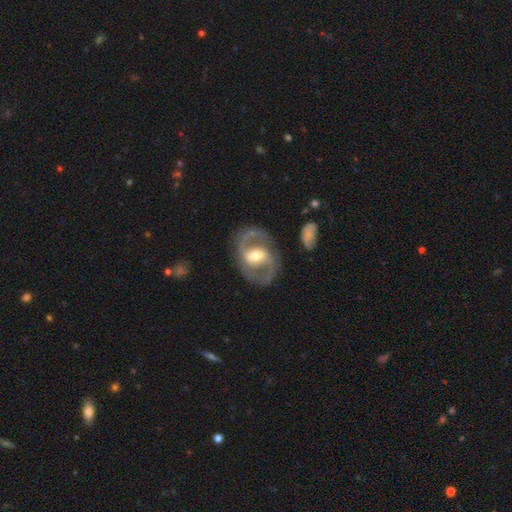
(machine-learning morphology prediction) smooth_or_featured: featured or disk (p=0.87) [alt: smooth p=0.09]
disk_edge_on: no (p=0.97) [alt: yes p=0.03]
bar: weak (p=0.42) [alt: strong p=0.41]
has_spiral_arms: yes (p=0.92) [alt: no p=0.08]
spiral_winding: medium (p=0.61) [alt: tight p=0.20]
spiral_arm_count: 2 (p=0.91) [alt: can't tell p=0.03]
bulge_size: moderate (p=0.61) [alt: small p=0.27]
merging: none (p=0.81) [alt: minor disturbance p=0.11]